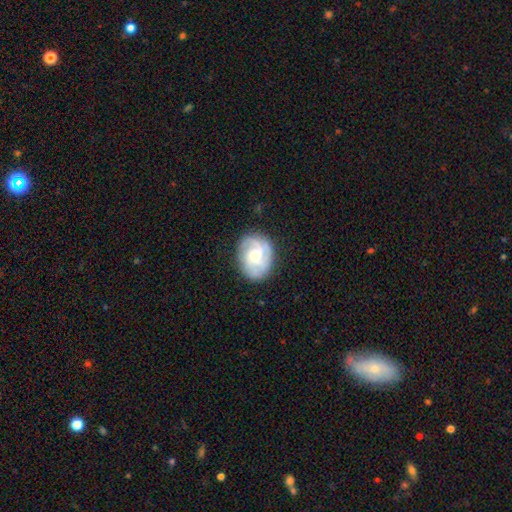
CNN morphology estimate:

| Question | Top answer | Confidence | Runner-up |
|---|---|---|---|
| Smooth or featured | featured or disk | 77% | smooth (18%) |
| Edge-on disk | no | 98% | yes (2%) |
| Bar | no | 64% | weak (31%) |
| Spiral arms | yes | 95% | no (5%) |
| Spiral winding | tight | 46% | medium (41%) |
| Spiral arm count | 3 | 40% | can't tell (20%) |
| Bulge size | moderate | 57% | small (32%) |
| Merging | none | 78% | minor disturbance (15%) |